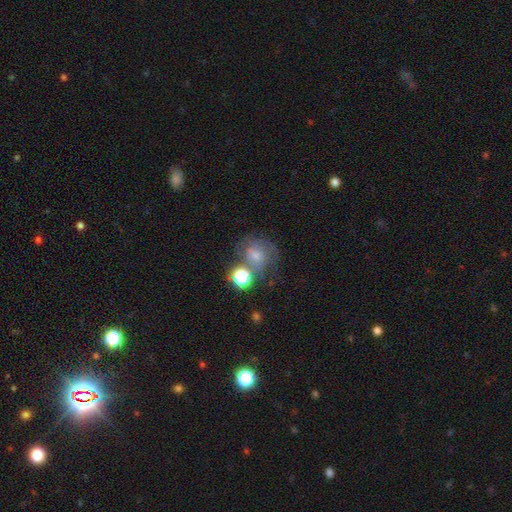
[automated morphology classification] A smooth galaxy with no disk features (50%) that is round (70%).

Vote fractions:
- Smooth or featured? smooth: 50% / featured or disk: 34% / star or artifact: 16%
- How rounded? round: 70% / in between: 29% / cigar-shaped: 1%
- Merging? none: 41% / merger: 21% / minor disturbance: 19% / major disturbance: 19%